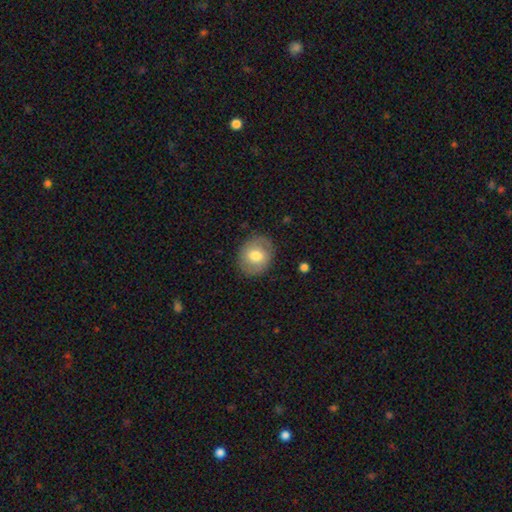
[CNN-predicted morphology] Smooth or featured? smooth (70%)
How rounded? round (69%)
Merging? none (83%)